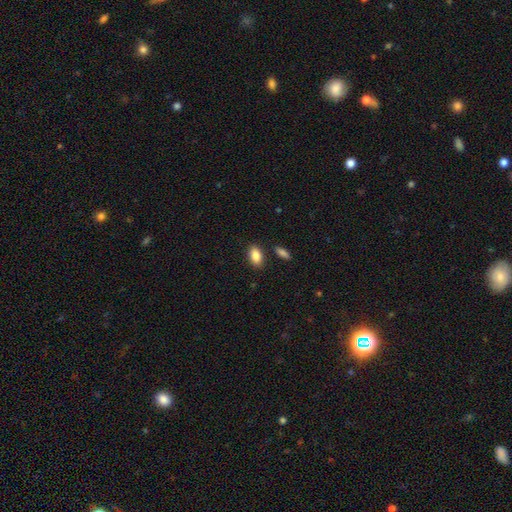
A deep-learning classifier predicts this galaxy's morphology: Smooth or featured? Predicted: smooth (p=0.86). How rounded? Predicted: in between (p=0.91). Merging? Predicted: none (p=0.86).